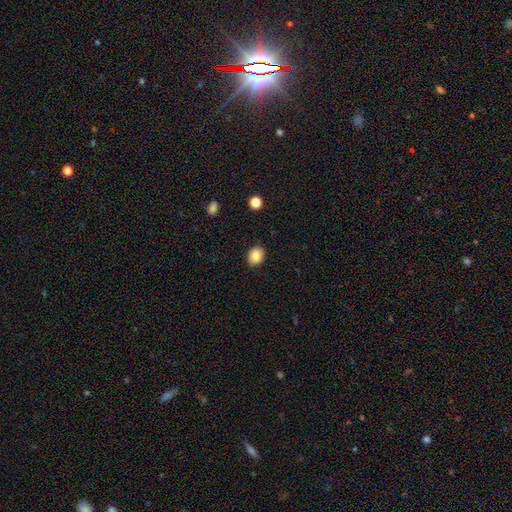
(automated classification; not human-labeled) Smooth or featured: smooth — 85% (star or artifact — 9%)
How rounded: round — 51% (in between — 48%)
Merging: none — 89% (minor disturbance — 8%)